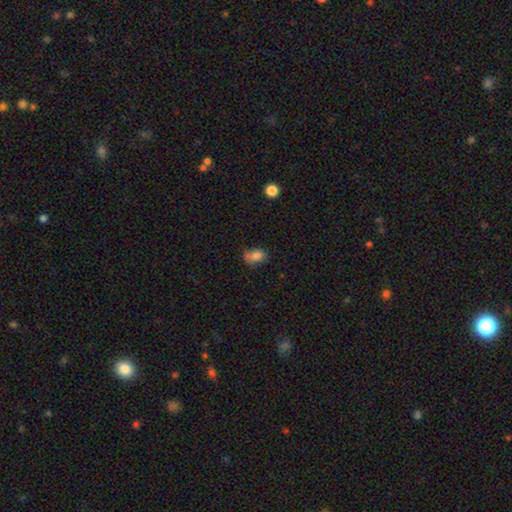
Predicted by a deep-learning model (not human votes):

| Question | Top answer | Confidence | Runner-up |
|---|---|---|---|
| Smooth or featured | smooth | 77% | star or artifact (12%) |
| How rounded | in between | 78% | round (20%) |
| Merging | none | 44% | minor disturbance (32%) |